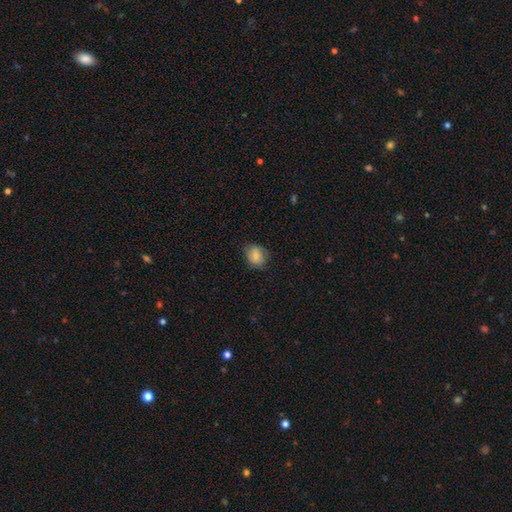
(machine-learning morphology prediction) smooth 82%, featured or disk 9%, star or artifact 8%. Down the decision tree: how rounded — round (59%); merging — none (76%).